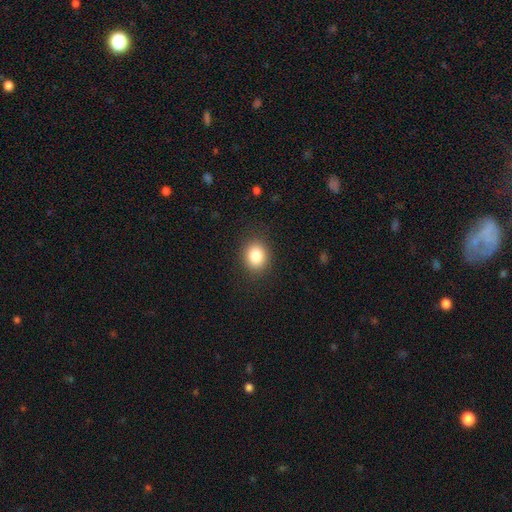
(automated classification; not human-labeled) Morphology: type=smooth (84%); roundness=round (59%); merging=none (88%).